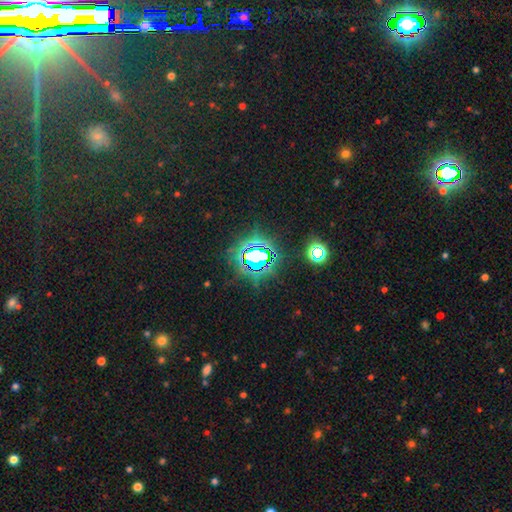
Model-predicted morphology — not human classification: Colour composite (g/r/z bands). It shows a star or artifact, not a galaxy (77%).